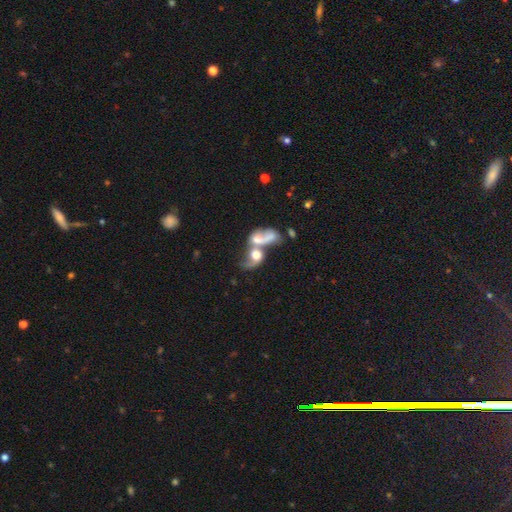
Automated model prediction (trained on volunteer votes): smooth-or-featured: smooth: 47% | featured or disk: 42% | star or artifact: 11%
  merging: merger: 78% | major disturbance: 10% | none: 8% | minor disturbance: 4%